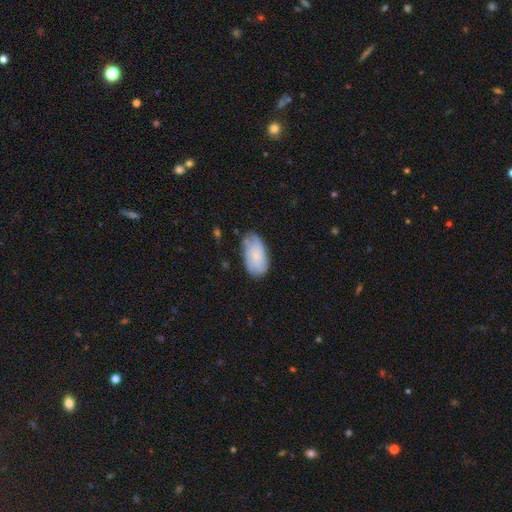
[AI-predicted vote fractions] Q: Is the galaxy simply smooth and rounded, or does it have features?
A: smooth — 69%.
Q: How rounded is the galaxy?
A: in between — 94%.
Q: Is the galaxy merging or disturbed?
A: none — 67%.